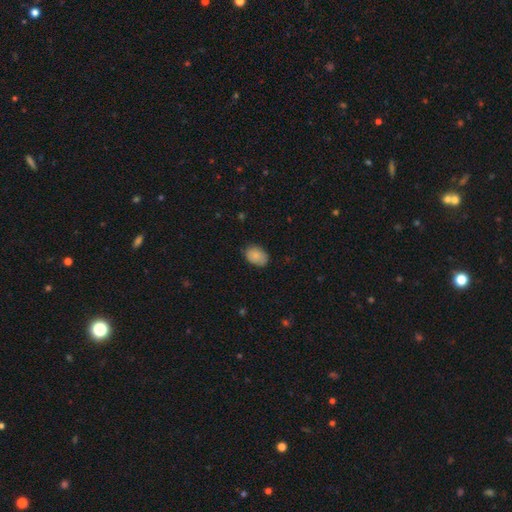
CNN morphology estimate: Smooth or featured? smooth (86%)
How rounded? in between (81%)
Merging? none (78%)